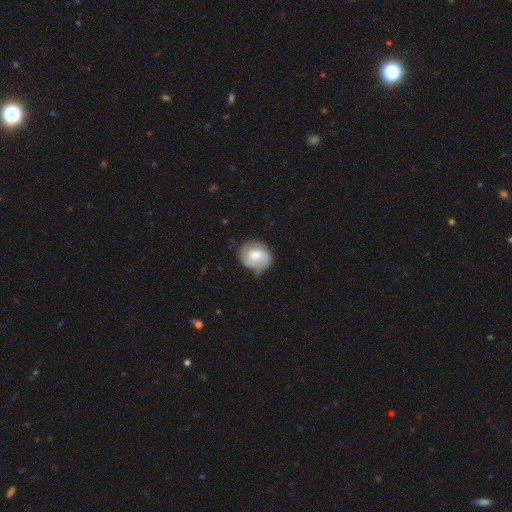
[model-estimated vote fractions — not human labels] smooth_or_featured: featured or disk (p=0.56) [alt: smooth p=0.38]
disk_edge_on: no (p=0.98) [alt: yes p=0.02]
bar: weak (p=0.46) [alt: no p=0.44]
has_spiral_arms: yes (p=0.86) [alt: no p=0.14]
bulge_size: moderate (p=0.57) [alt: small p=0.30]
merging: none (p=0.67) [alt: minor disturbance p=0.24]